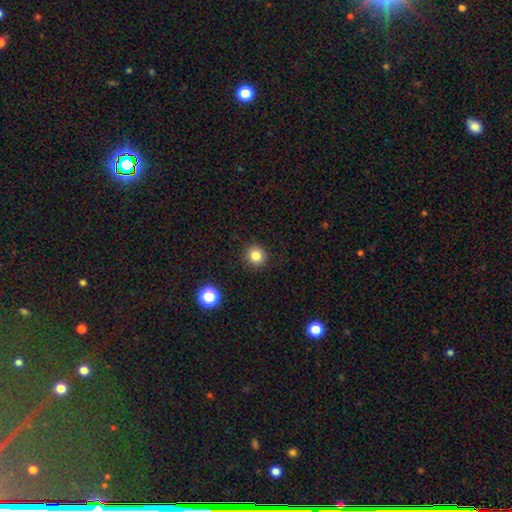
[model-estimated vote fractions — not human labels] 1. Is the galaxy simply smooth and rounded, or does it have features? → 82% smooth, 12% star or artifact, 5% featured or disk.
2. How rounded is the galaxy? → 93% round, 6% in between, 1% cigar-shaped.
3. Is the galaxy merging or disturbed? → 91% none, 6% minor disturbance, 2% major disturbance, 1% merger.